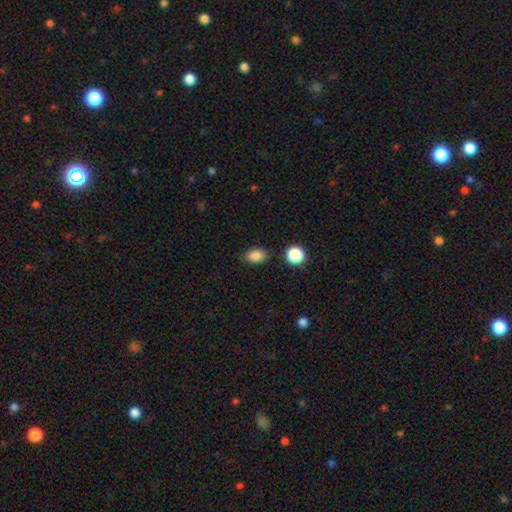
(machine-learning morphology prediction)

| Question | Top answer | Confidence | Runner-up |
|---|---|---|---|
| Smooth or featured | smooth | 85% | star or artifact (10%) |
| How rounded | in between | 80% | round (18%) |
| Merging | none | 83% | minor disturbance (11%) |